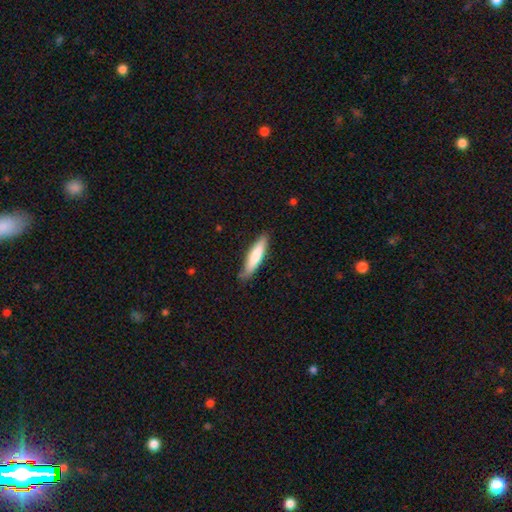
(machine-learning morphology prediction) Smooth or featured: smooth — 75% (featured or disk — 20%)
How rounded: cigar-shaped — 78% (in between — 21%)
Merging: none — 79% (minor disturbance — 17%)